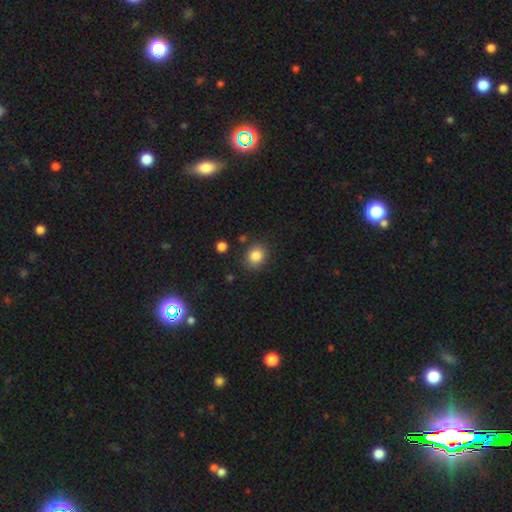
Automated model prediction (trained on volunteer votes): Overall: smooth (84%). How rounded: round (75%). Merging: none (84%).